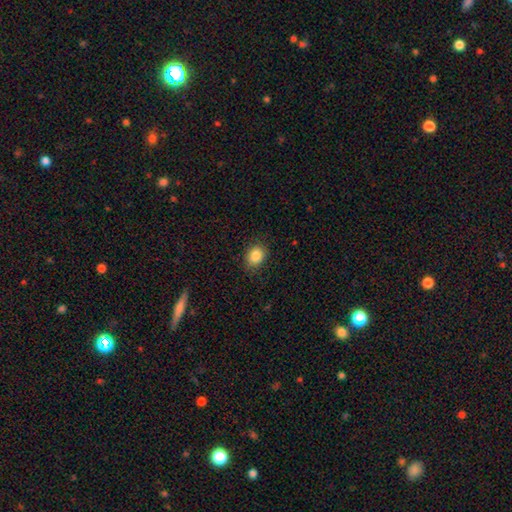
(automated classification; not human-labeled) smooth 86%, star or artifact 9%, featured or disk 5%. Down the decision tree: how rounded — in between (59%); merging — none (85%).